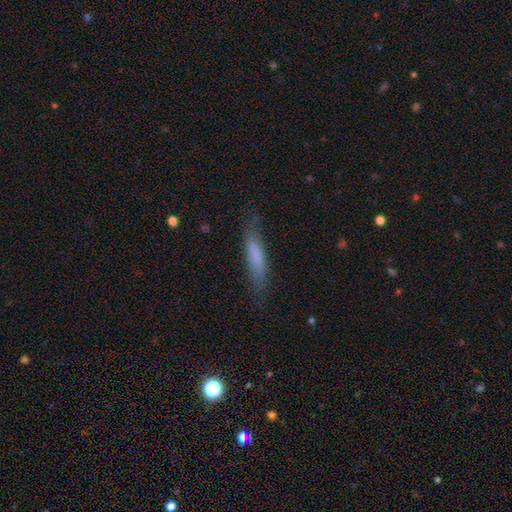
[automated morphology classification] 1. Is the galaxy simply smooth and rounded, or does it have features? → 72% smooth, 21% featured or disk, 7% star or artifact.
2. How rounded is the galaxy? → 82% cigar-shaped, 17% in between, 1% round.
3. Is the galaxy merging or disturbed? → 75% none, 18% minor disturbance, 6% major disturbance, 1% merger.